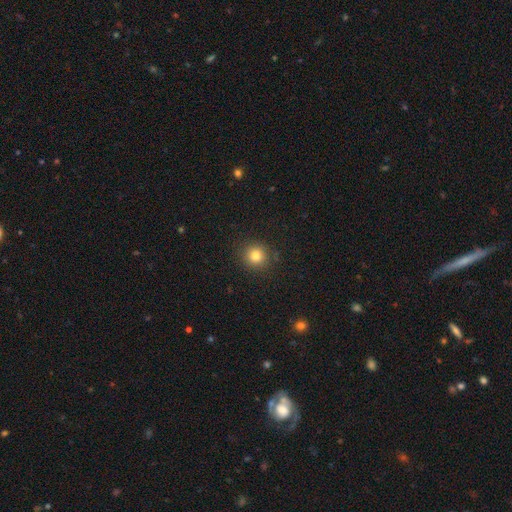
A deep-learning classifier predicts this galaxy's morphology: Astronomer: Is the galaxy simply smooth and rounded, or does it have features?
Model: smooth — 80%.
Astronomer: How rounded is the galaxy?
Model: round — 92%.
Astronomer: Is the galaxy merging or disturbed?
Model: none — 90%.